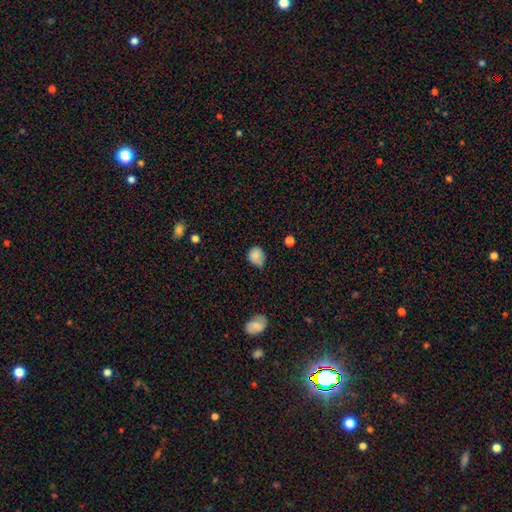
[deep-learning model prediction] A smooth galaxy with no disk features (82%) that is round (67%). Merging: none (50%).